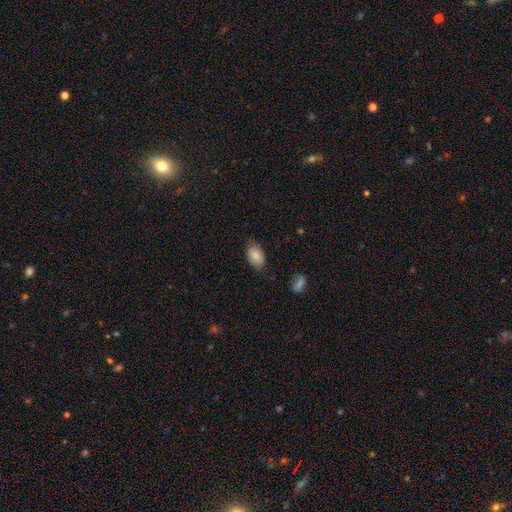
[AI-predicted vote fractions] This is clearly a smooth galaxy (85%). How rounded: clearly in between (92%). Merging: clearly none (81%).